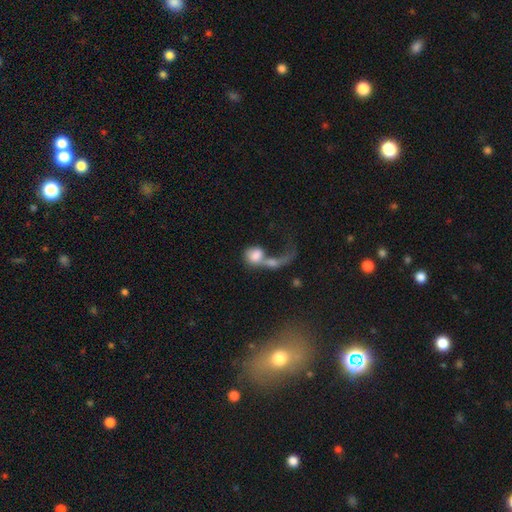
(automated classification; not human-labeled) Overall: smooth (60%; featured or disk 31%). How rounded: round (52%; in between 44%). Merging: merger (57%; major disturbance 26%).